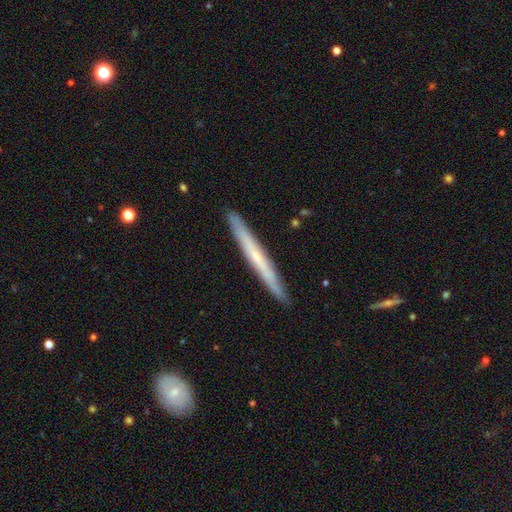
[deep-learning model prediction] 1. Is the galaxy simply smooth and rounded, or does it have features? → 56% featured or disk, 38% smooth, 5% star or artifact.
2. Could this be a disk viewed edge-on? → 94% yes, 6% no.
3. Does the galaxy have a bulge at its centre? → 68% none, 28% rounded, 4% boxy.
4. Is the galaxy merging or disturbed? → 91% none, 7% minor disturbance, 1% major disturbance, 1% merger.